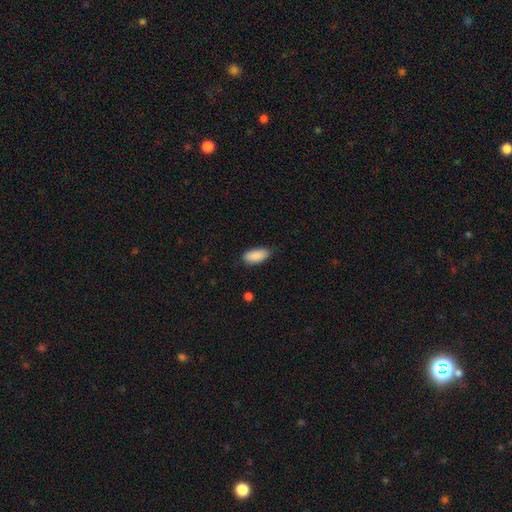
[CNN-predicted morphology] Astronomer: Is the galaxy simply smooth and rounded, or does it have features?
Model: smooth — 90%.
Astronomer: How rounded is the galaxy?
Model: in between — 91%.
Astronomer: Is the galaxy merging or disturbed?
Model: none — 80%.